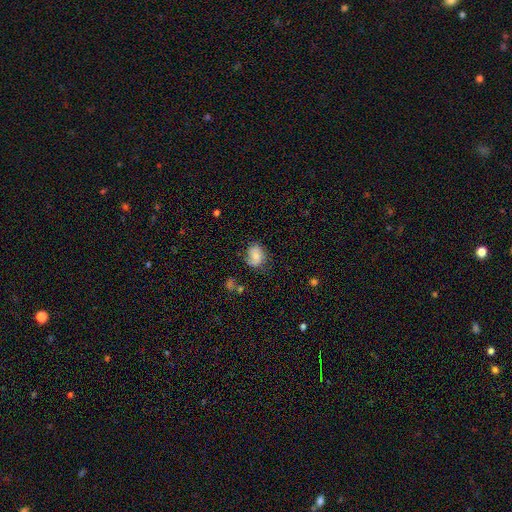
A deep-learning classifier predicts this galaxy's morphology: Smooth or featured: smooth — 69% (featured or disk — 22%)
How rounded: in between — 55% (round — 44%)
Merging: none — 61% (minor disturbance — 27%)